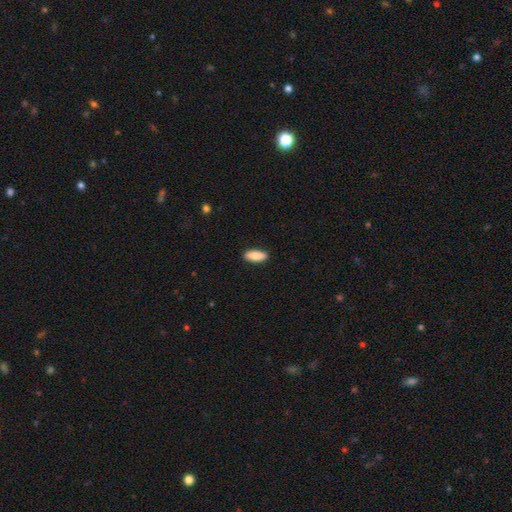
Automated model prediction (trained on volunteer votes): smooth_or_featured: smooth (p=0.85) [alt: featured or disk p=0.09]
how_rounded: in between (p=0.72) [alt: cigar-shaped p=0.26]
merging: none (p=0.89) [alt: minor disturbance p=0.08]